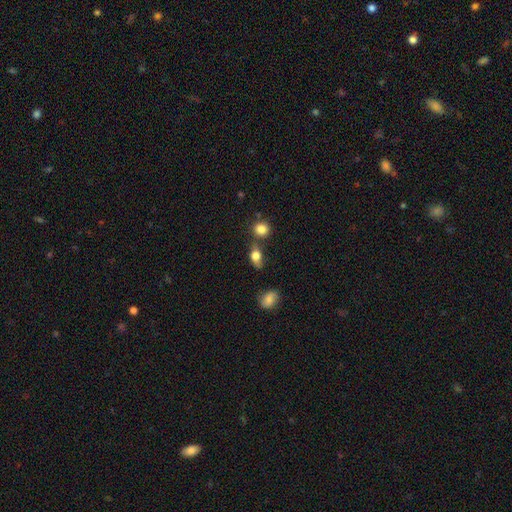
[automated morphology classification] type=smooth (76%); roundness=in between (66%); merging=none (50%).